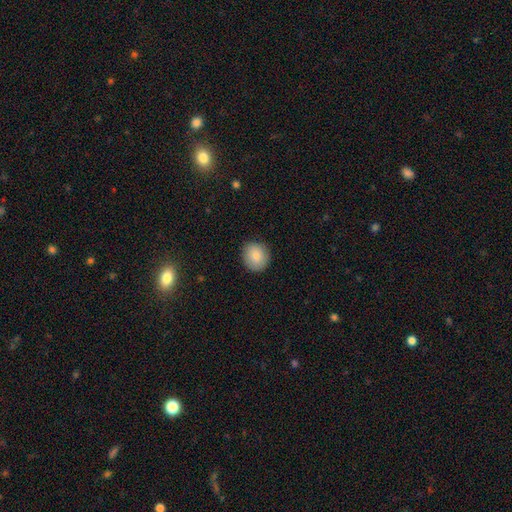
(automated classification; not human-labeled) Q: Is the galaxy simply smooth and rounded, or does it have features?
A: smooth — 85%.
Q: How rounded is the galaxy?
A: round — 82%.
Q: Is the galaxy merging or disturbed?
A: none — 87%.